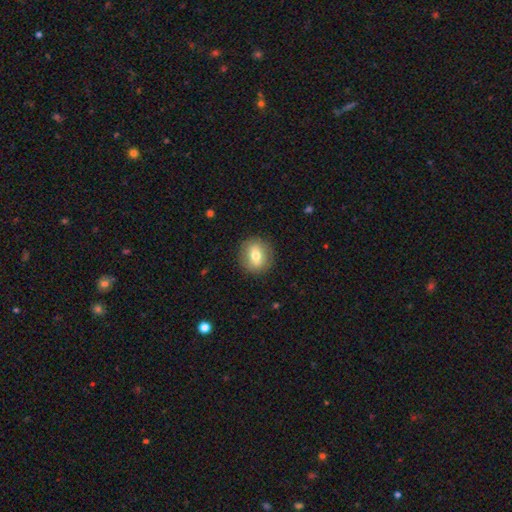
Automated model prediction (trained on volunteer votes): smooth_or_featured: smooth (p=0.64) [alt: featured or disk p=0.28]
how_rounded: round (p=0.75) [alt: in between p=0.24]
merging: none (p=0.87) [alt: minor disturbance p=0.09]